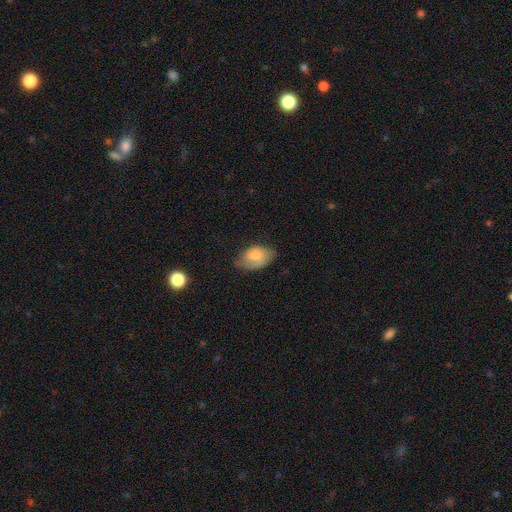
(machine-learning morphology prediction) Overall: smooth (77%). How rounded: in between (89%). Merging: none (50%; minor disturbance 38%).